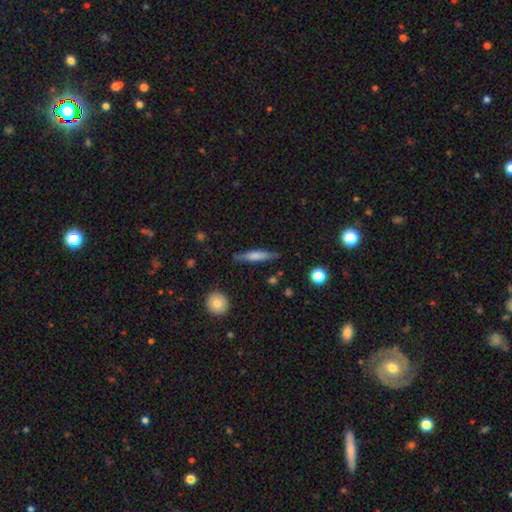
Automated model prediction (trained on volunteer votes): Morphology: type=smooth (56%); roundness=cigar-shaped (85%); merging=none (79%).